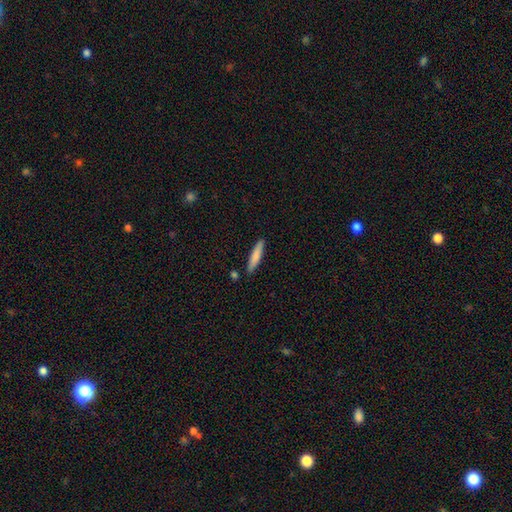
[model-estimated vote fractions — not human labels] Smooth or featured?
  - smooth: 78% *
  - featured or disk: 16%
  - star or artifact: 6%
How rounded?
  - cigar-shaped: 88% *
  - in between: 10%
  - round: 1%
Merging?
  - none: 87% *
  - minor disturbance: 9%
  - merger: 3%
  - major disturbance: 2%